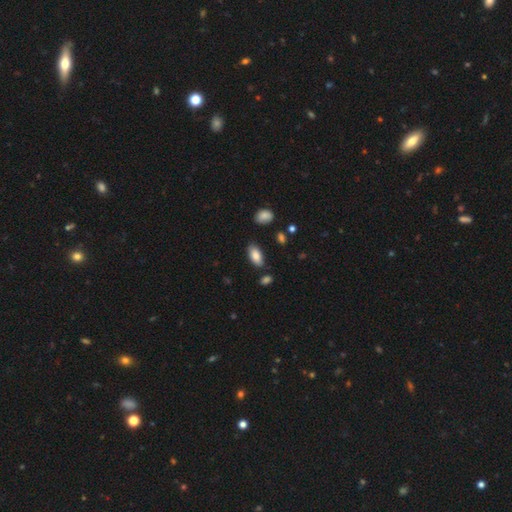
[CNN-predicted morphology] Smooth or featured? Predicted: smooth (p=0.86). How rounded? Predicted: in between (p=0.91). Merging? Predicted: none (p=0.80).